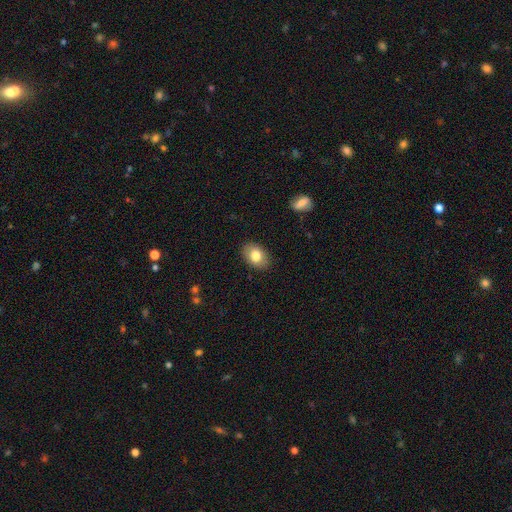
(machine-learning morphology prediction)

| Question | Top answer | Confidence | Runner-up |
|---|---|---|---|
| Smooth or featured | smooth | 80% | featured or disk (12%) |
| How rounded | in between | 84% | round (15%) |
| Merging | none | 88% | minor disturbance (9%) |